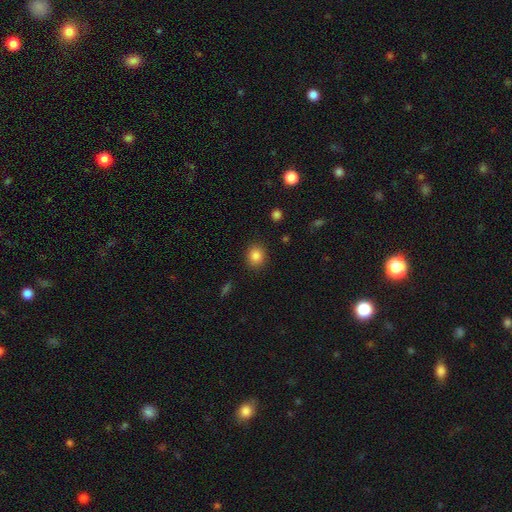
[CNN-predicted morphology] A smooth galaxy with no disk features (85%) that is round (71%).

Vote fractions:
- Smooth or featured? smooth: 85% / star or artifact: 10% / featured or disk: 5%
- How rounded? round: 71% / in between: 28% / cigar-shaped: 1%
- Merging? none: 88% / minor disturbance: 8% / major disturbance: 3% / merger: 1%